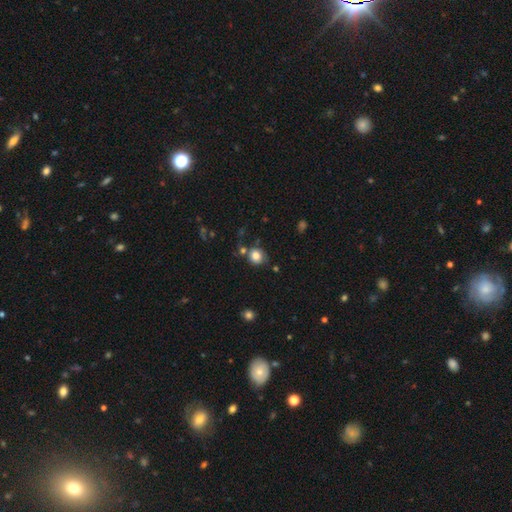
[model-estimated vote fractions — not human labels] The model was most divided on "merging": none: 68%, minor disturbance: 16%, merger: 11%, major disturbance: 5%. More confident: smooth or featured — smooth (81%); how rounded — round (79%).